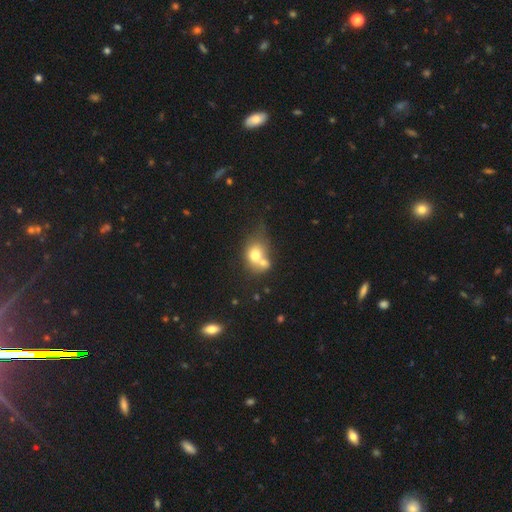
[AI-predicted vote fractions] smooth_or_featured: smooth (p=0.69) [alt: featured or disk p=0.20]
how_rounded: round (p=0.54) [alt: in between p=0.45]
merging: merger (p=0.58) [alt: none p=0.23]